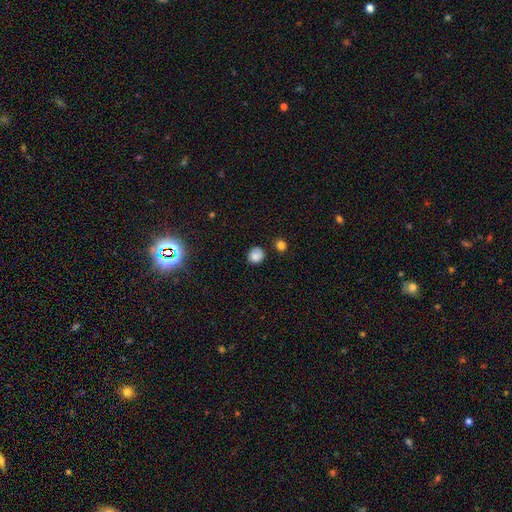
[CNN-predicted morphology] A smooth galaxy with no disk features (83%) that is round (81%).

Vote fractions:
- Smooth or featured? smooth: 83% / star or artifact: 11% / featured or disk: 7%
- How rounded? round: 81% / in between: 18% / cigar-shaped: 1%
- Merging? none: 76% / minor disturbance: 16% / major disturbance: 4% / merger: 4%